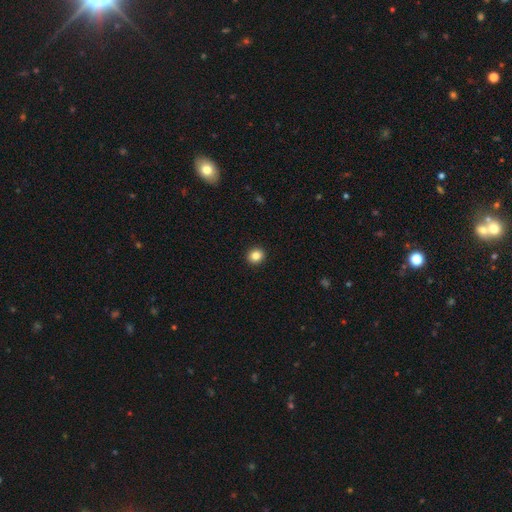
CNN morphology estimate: smooth_or_featured: smooth (p=0.85) [alt: star or artifact p=0.10]
how_rounded: round (p=0.83) [alt: in between p=0.17]
merging: none (p=0.93) [alt: minor disturbance p=0.05]